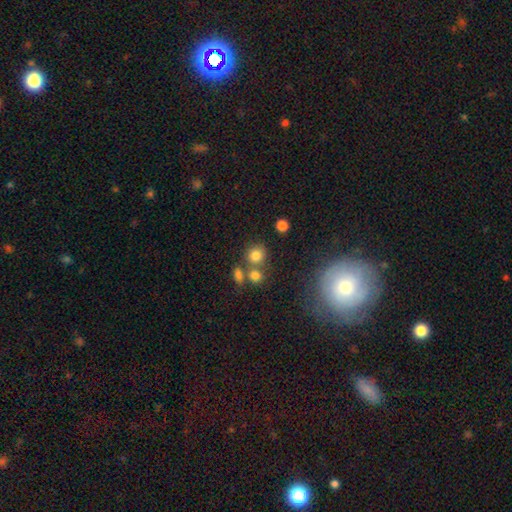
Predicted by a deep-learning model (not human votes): A smooth galaxy with no disk features (77%) that is round (82%). Merging: none (62%).